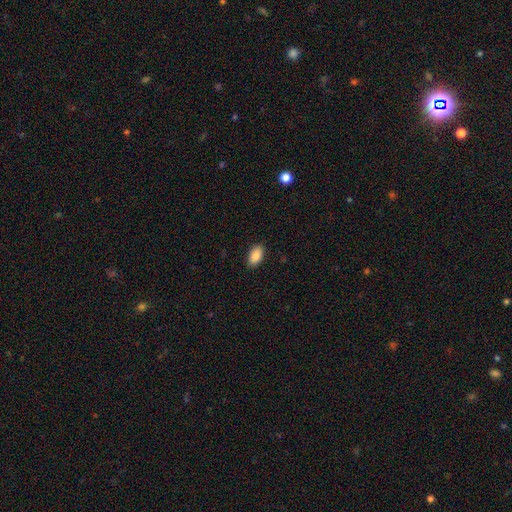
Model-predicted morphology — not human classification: A smooth galaxy with no disk features (87%) that is in between round and cigar-shaped (94%). Merging: none (88%).